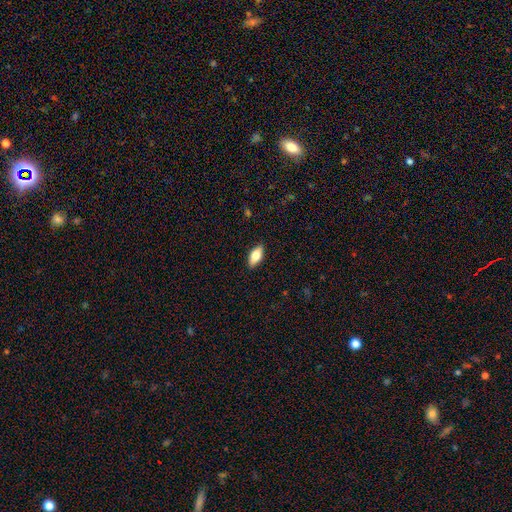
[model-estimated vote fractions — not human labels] Smooth or featured? smooth (74%)
How rounded? in between (85%)
Merging? none (88%)